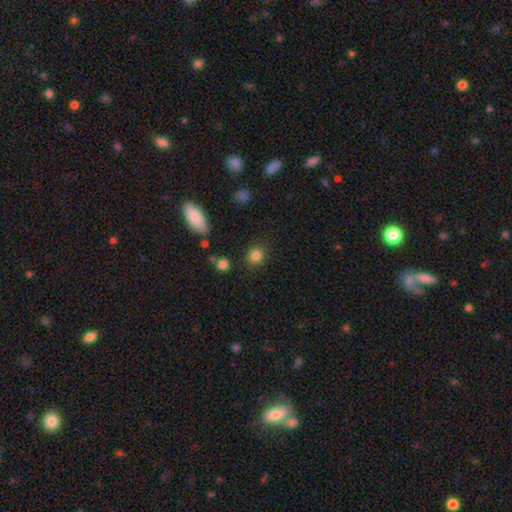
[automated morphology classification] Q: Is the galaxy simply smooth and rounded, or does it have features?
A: smooth — 82%.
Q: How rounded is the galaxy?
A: round — 75%.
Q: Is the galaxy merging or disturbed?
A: none — 83%.